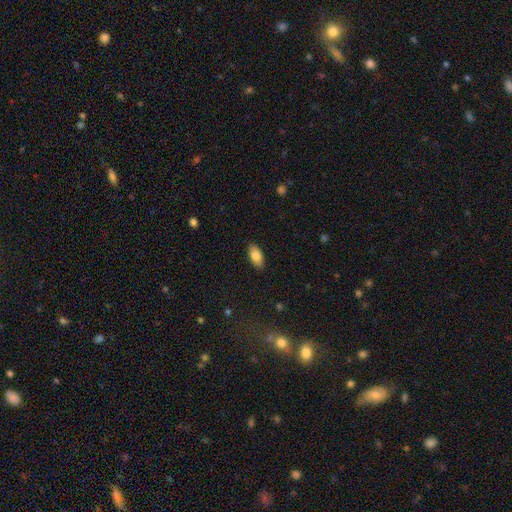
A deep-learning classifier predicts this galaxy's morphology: smooth_or_featured: smooth (p=0.80) [alt: featured or disk p=0.13]
how_rounded: in between (p=0.90) [alt: cigar-shaped p=0.07]
merging: none (p=0.88) [alt: minor disturbance p=0.09]